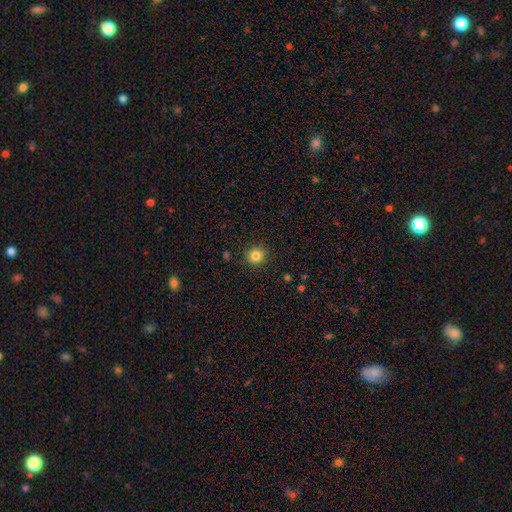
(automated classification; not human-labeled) The model was most divided on "smooth or featured": smooth: 83%, star or artifact: 12%, featured or disk: 5%. More confident: how rounded — round (92%); merging — none (91%).